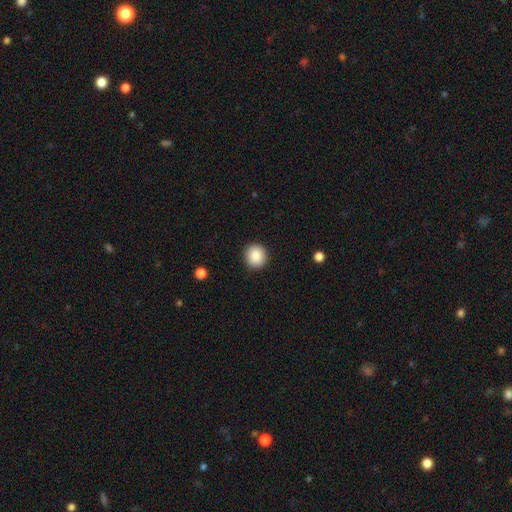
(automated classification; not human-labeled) Smooth or featured? smooth (87%)
How rounded? round (92%)
Merging? none (91%)